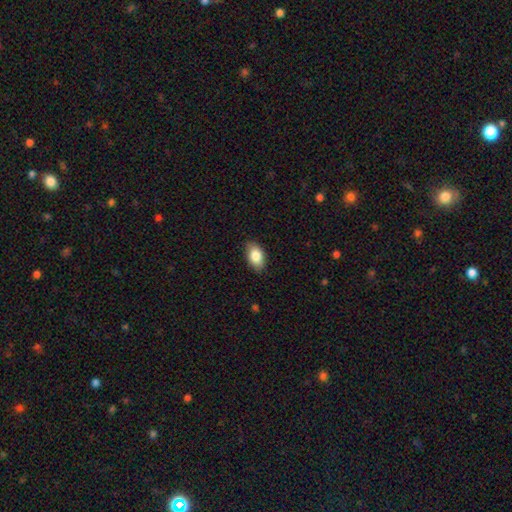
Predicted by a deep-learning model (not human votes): smooth 85%, featured or disk 8%, star or artifact 7%. Down the decision tree: how rounded — in between (91%); merging — none (84%).